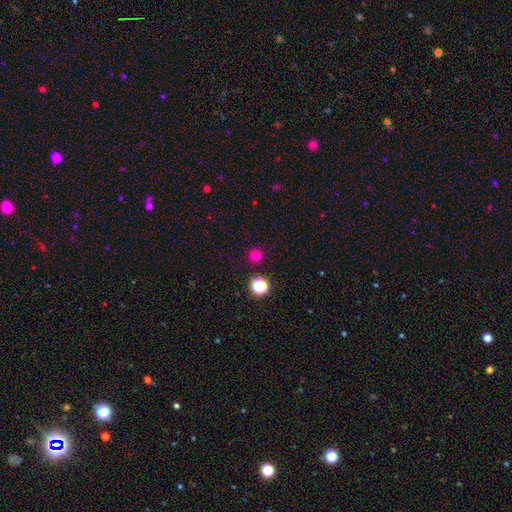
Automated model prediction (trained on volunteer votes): smooth-or-featured: smooth: 78% | star or artifact: 18% | featured or disk: 4%
  how-rounded: round: 96% | in between: 3% | cigar-shaped: 1%
  merging: none: 92% | minor disturbance: 5% | merger: 2% | major disturbance: 2%